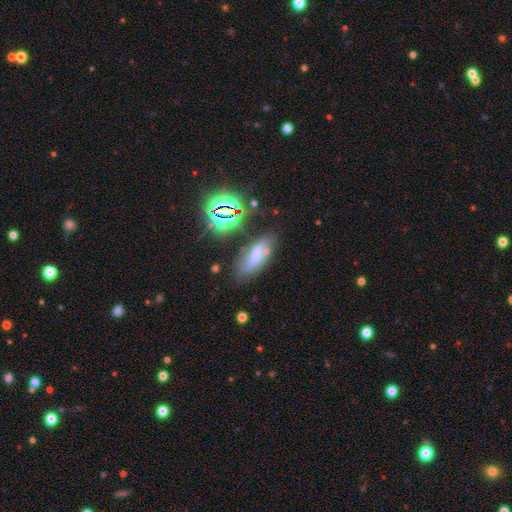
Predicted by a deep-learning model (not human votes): Morphology: type=smooth (47%); merging=none (70%).